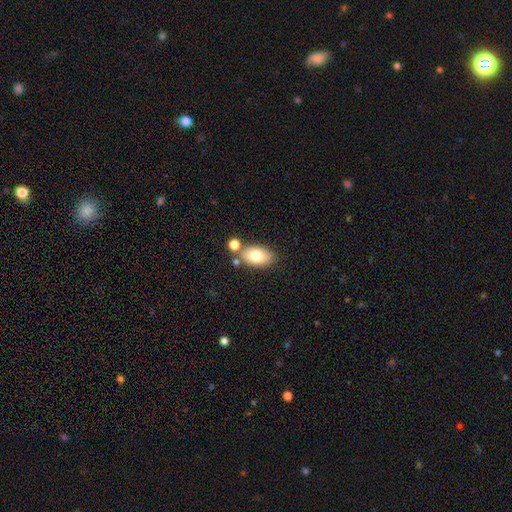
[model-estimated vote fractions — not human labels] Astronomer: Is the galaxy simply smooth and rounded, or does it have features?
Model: smooth — 77%.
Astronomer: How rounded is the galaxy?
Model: in between — 90%.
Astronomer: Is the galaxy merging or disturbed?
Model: none — 68%.